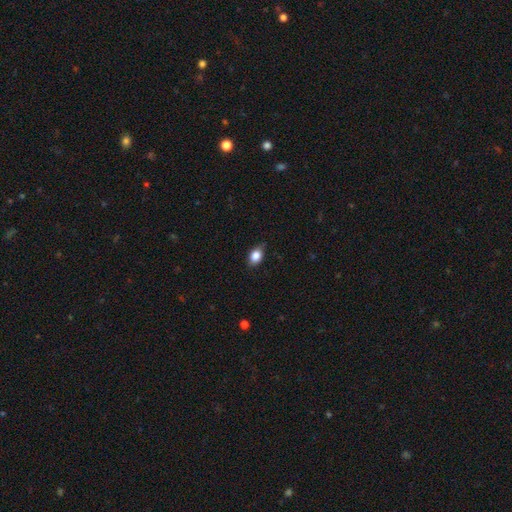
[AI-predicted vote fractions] Smooth or featured? Predicted: smooth (p=0.84). How rounded? Predicted: in between (p=0.76). Merging? Predicted: none (p=0.77).